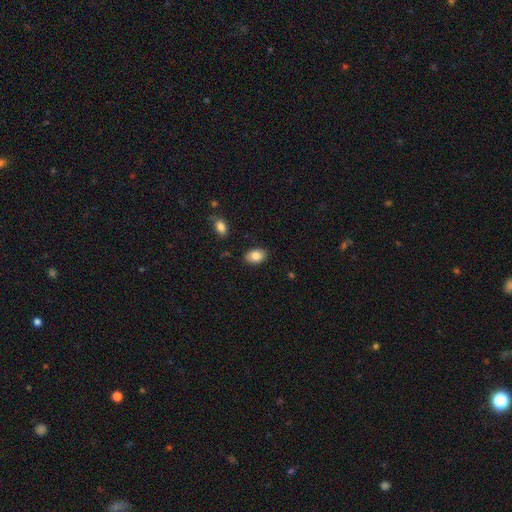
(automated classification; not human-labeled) Morphology: type=smooth (84%); roundness=in between (84%); merging=none (87%).